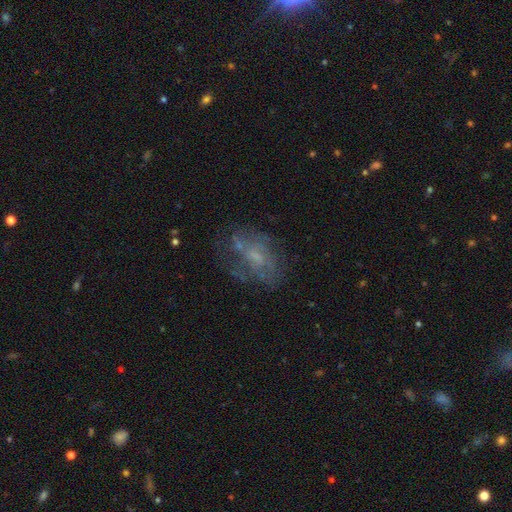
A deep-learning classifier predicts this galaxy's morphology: Smooth or featured?
  - featured or disk: 55% *
  - smooth: 31%
  - star or artifact: 14%
Edge-on disk?
  - no: 96% *
  - yes: 4%
Bar?
  - no: 70% *
  - weak: 26%
  - strong: 4%
Spiral arms?
  - no: 59% *
  - yes: 41%
Bulge size?
  - small: 40% *
  - none: 32%
  - moderate: 24%
  - large: 3%
  - dominant: 1%
Merging?
  - none: 54% *
  - major disturbance: 21%
  - minor disturbance: 21%
  - merger: 5%